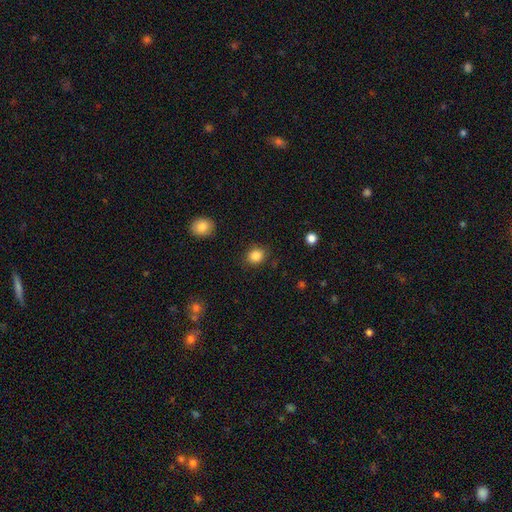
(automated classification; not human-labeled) A smooth galaxy with no disk features (86%) that is round (77%). Merging: none (87%).